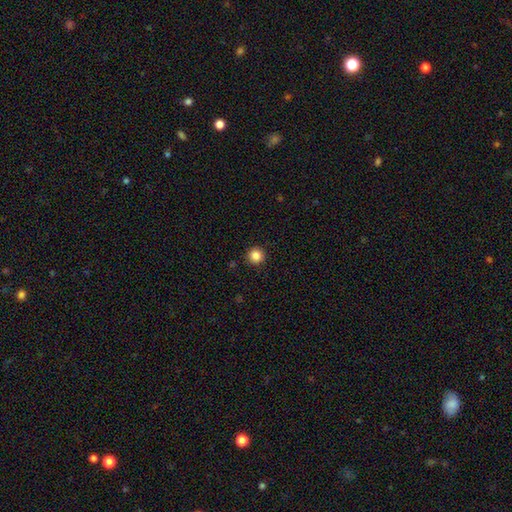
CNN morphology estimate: A smooth galaxy with no disk features (85%) that is round (95%).

Vote fractions:
- Smooth or featured? smooth: 85% / star or artifact: 11% / featured or disk: 4%
- How rounded? round: 95% / in between: 4% / cigar-shaped: 1%
- Merging? none: 92% / minor disturbance: 5% / major disturbance: 2% / merger: 1%